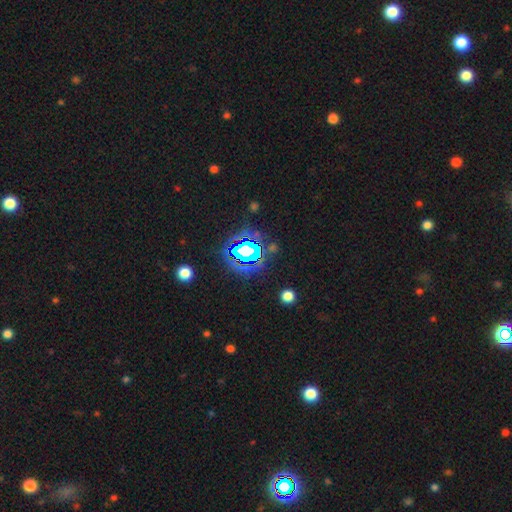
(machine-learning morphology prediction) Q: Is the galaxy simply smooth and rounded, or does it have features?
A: star or artifact — 81%.